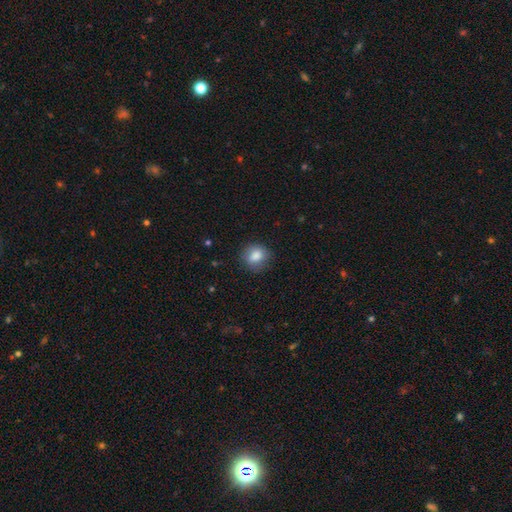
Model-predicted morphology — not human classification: Overall: smooth (83%). How rounded: round (65%; in between 34%). Merging: none (78%).